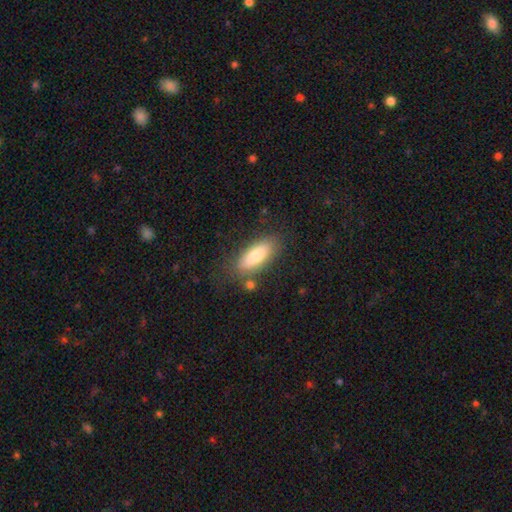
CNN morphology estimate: Smooth or featured?
  - smooth: 79% *
  - featured or disk: 14%
  - star or artifact: 7%
How rounded?
  - in between: 74% *
  - cigar-shaped: 24%
  - round: 2%
Merging?
  - none: 78% *
  - minor disturbance: 14%
  - major disturbance: 4%
  - merger: 4%